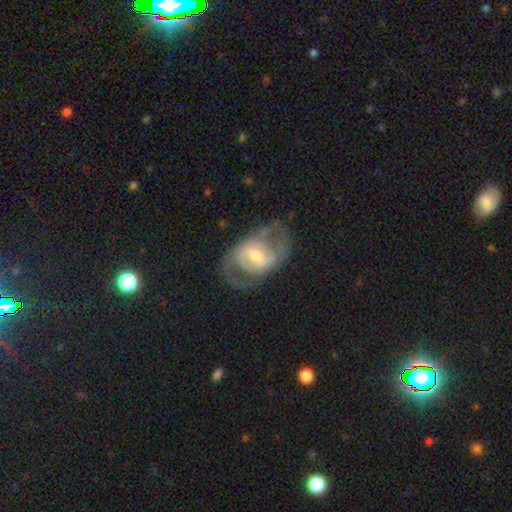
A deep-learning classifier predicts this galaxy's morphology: Smooth or featured?
  - featured or disk: 76% *
  - smooth: 18%
  - star or artifact: 6%
Edge-on disk?
  - no: 95% *
  - yes: 5%
Bar?
  - weak: 46% *
  - no: 30%
  - strong: 24%
Spiral arms?
  - yes: 75% *
  - no: 25%
Spiral winding?
  - medium: 50% *
  - tight: 25%
  - loose: 24%
Spiral arm count?
  - 2: 77% *
  - can't tell: 15%
  - 1: 4%
  - 3: 2%
  - 4: 1%
  - more than 4: 1%
Bulge size?
  - moderate: 55% *
  - small: 36%
  - large: 6%
  - none: 1%
  - dominant: 1%
Merging?
  - none: 61% *
  - major disturbance: 19%
  - minor disturbance: 18%
  - merger: 2%